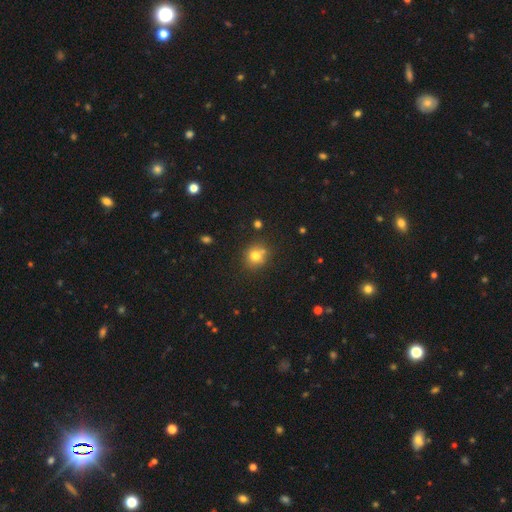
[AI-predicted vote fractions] Overall: smooth (76%). How rounded: round (82%). Merging: none (69%).